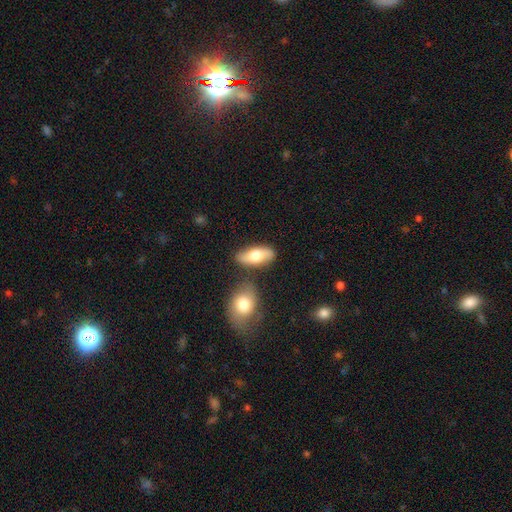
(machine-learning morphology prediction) This is likely a smooth galaxy (68%). How rounded: clearly in between (83%). Merging: likely none (74%).